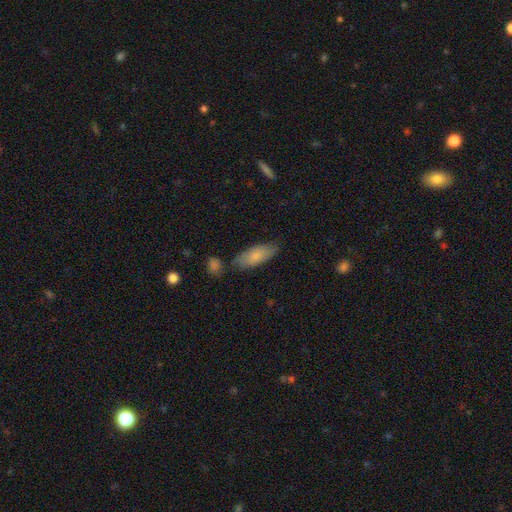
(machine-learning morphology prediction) Smooth or featured? smooth (79%)
How rounded? in between (76%)
Merging? none (71%)